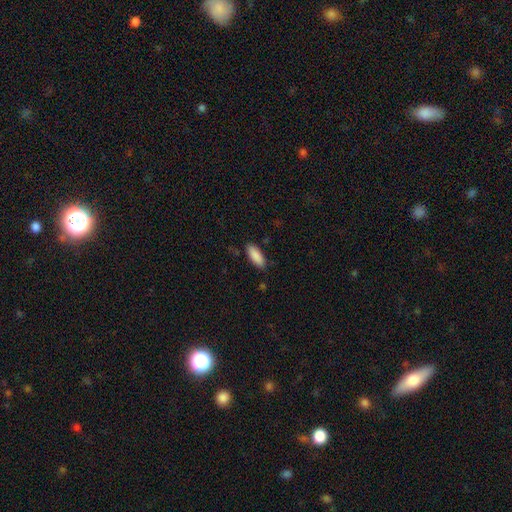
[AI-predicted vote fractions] A smooth galaxy with no disk features (90%) that is in between round and cigar-shaped (77%).

Vote fractions:
- Smooth or featured? smooth: 90% / star or artifact: 6% / featured or disk: 4%
- How rounded? in between: 77% / cigar-shaped: 21% / round: 2%
- Merging? none: 86% / minor disturbance: 11% / major disturbance: 2% / merger: 1%